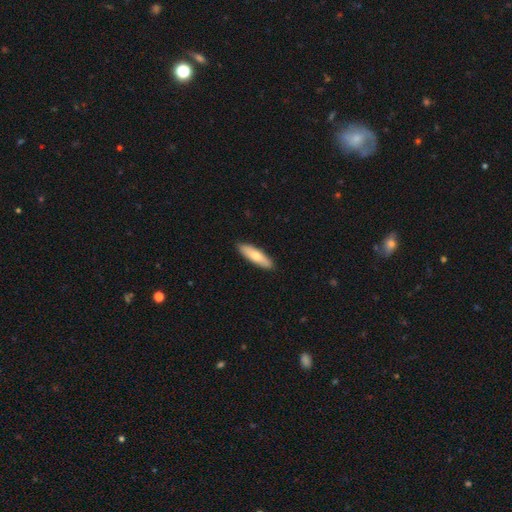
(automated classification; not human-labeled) smooth_or_featured: smooth (p=0.69) [alt: featured or disk p=0.26]
how_rounded: cigar-shaped (p=0.61) [alt: in between p=0.37]
merging: none (p=0.90) [alt: minor disturbance p=0.08]